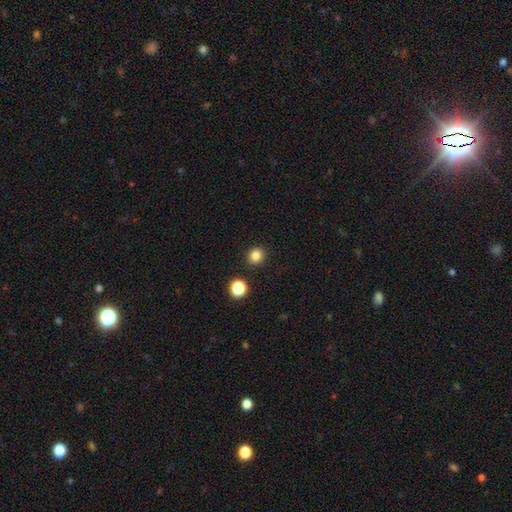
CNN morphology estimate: Q: Smooth or featured?
A: smooth (83%); runner-up: star or artifact (13%)
Q: How rounded?
A: round (85%); runner-up: in between (14%)
Q: Merging?
A: none (90%); runner-up: minor disturbance (5%)